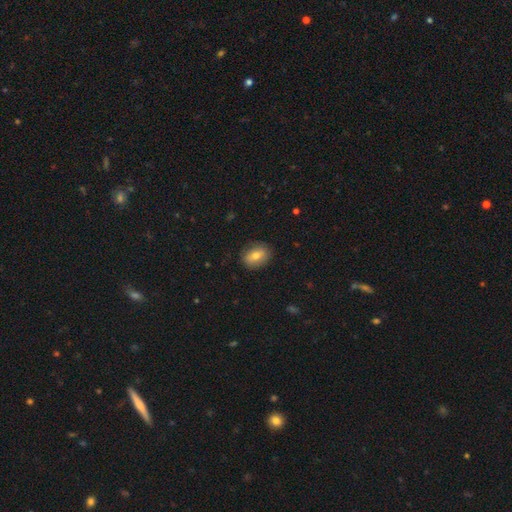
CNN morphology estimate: Overall: smooth (71%). How rounded: in between (72%). Merging: none (84%).